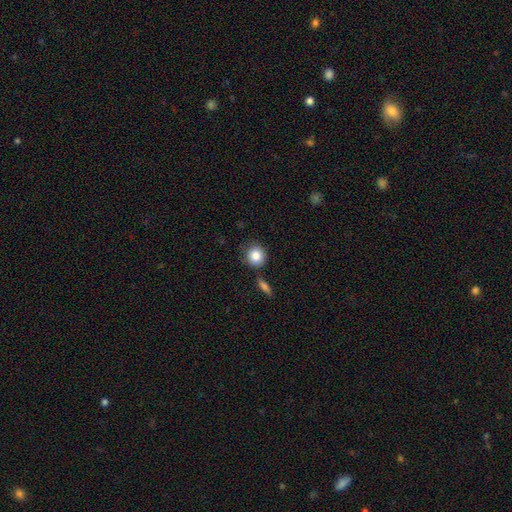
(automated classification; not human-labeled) smooth-or-featured: smooth: 85% | star or artifact: 8% | featured or disk: 7%
  how-rounded: round: 86% | in between: 13% | cigar-shaped: 1%
  merging: none: 77% | minor disturbance: 12% | merger: 8% | major disturbance: 3%